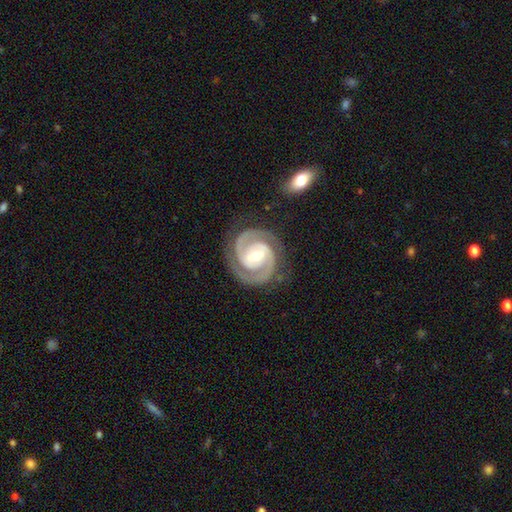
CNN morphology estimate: Smooth or featured? Predicted: featured or disk (p=0.94). Edge-on disk? Predicted: no (p=0.98). Bar? Predicted: weak (p=0.42). Spiral arms? Predicted: yes (p=0.99). Spiral winding? Predicted: tight (p=0.69). Spiral arm count? Predicted: 2 (p=0.93). Bulge size? Predicted: moderate (p=0.56). Merging? Predicted: none (p=0.85).